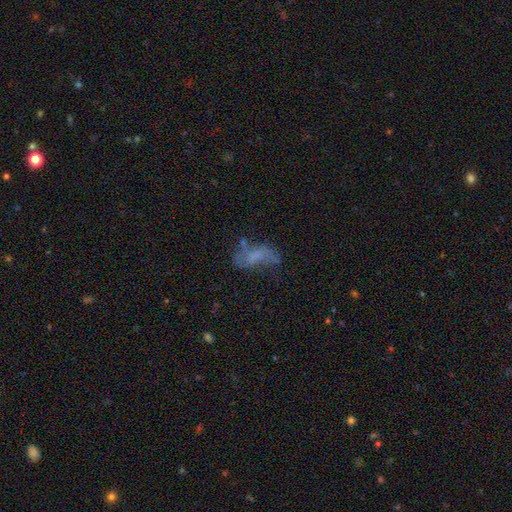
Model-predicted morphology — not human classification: A smooth galaxy with no disk features (43%).

Vote fractions:
- Smooth or featured? smooth: 43% / featured or disk: 42% / star or artifact: 15%
- Merging? major disturbance: 34% / none: 33% / minor disturbance: 24% / merger: 9%